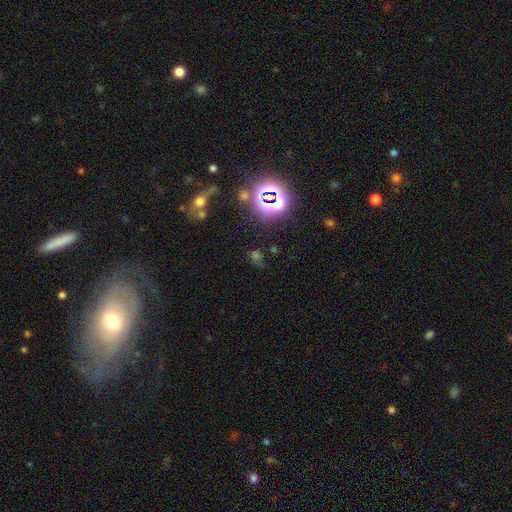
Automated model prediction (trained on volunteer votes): smooth_or_featured: star or artifact (p=0.62) [alt: smooth p=0.27]